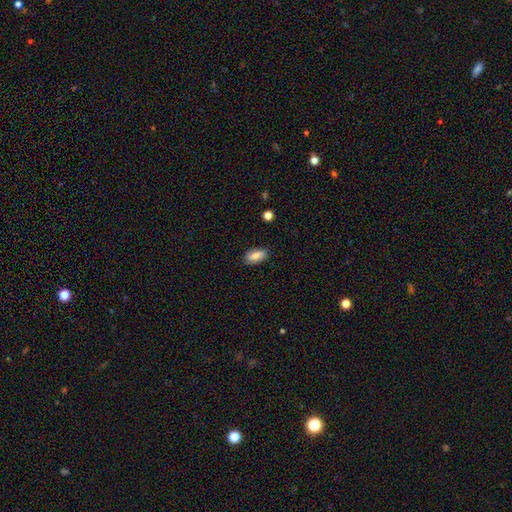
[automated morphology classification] Q: Smooth or featured?
A: smooth (80%); runner-up: featured or disk (13%)
Q: How rounded?
A: in between (90%); runner-up: cigar-shaped (7%)
Q: Merging?
A: none (85%); runner-up: minor disturbance (11%)